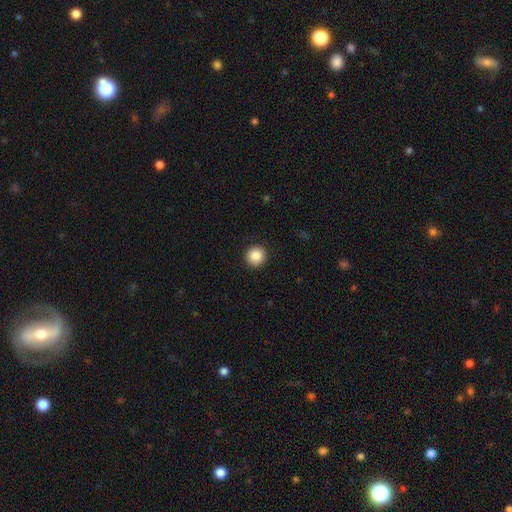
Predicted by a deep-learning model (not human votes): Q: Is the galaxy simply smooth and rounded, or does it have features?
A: smooth — 88%.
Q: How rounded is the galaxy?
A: round — 96%.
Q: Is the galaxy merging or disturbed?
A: none — 92%.